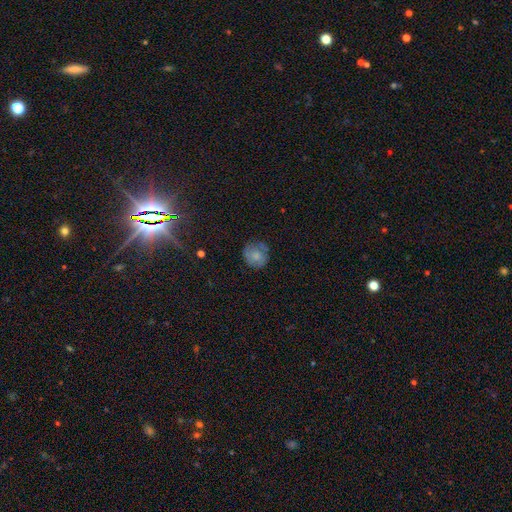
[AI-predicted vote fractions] Morphology: type=smooth (67%); roundness=round (87%); merging=none (71%).